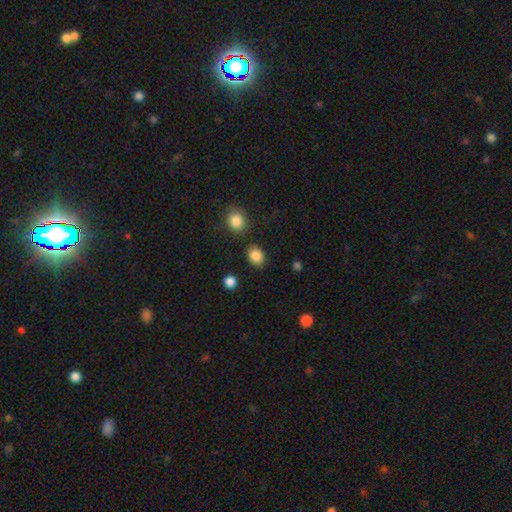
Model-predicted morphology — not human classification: This is clearly a smooth galaxy (86%). How rounded: possibly in between (57%). Merging: clearly none (84%).